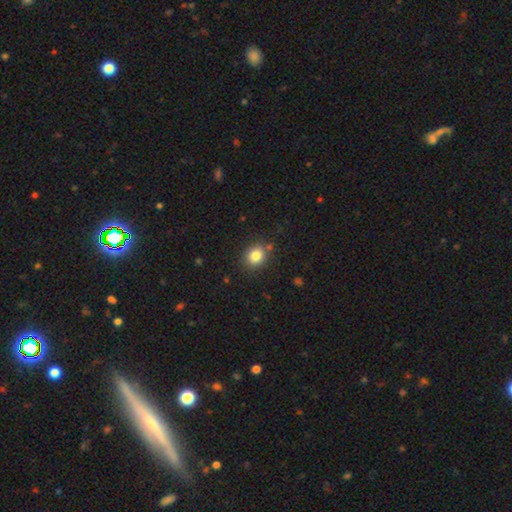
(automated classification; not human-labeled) Q: Smooth or featured?
A: smooth (83%); runner-up: star or artifact (11%)
Q: How rounded?
A: round (64%); runner-up: in between (35%)
Q: Merging?
A: none (84%); runner-up: minor disturbance (10%)